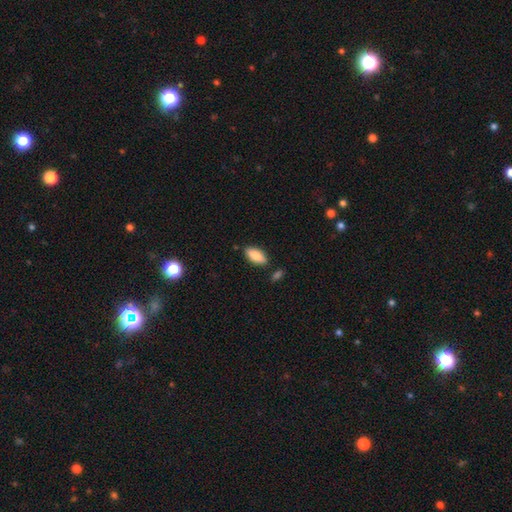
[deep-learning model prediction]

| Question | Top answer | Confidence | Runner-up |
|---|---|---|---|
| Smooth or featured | smooth | 83% | featured or disk (11%) |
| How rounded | in between | 86% | cigar-shaped (12%) |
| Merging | none | 82% | minor disturbance (12%) |